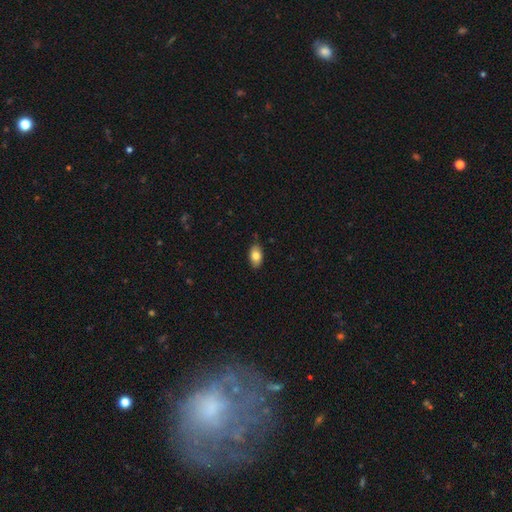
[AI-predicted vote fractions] Smooth or featured?
  - smooth: 81% *
  - featured or disk: 12%
  - star or artifact: 7%
How rounded?
  - in between: 92% *
  - round: 6%
  - cigar-shaped: 2%
Merging?
  - none: 83% *
  - minor disturbance: 14%
  - major disturbance: 2%
  - merger: 1%